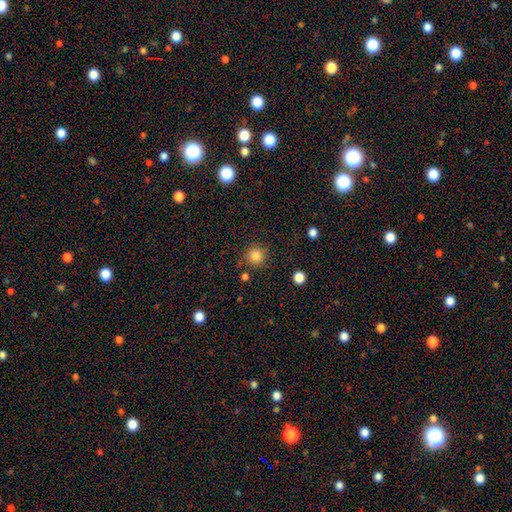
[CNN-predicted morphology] Smooth or featured?
  - smooth: 84% *
  - star or artifact: 12%
  - featured or disk: 5%
How rounded?
  - round: 94% *
  - in between: 5%
  - cigar-shaped: 1%
Merging?
  - none: 85% *
  - minor disturbance: 8%
  - merger: 4%
  - major disturbance: 3%